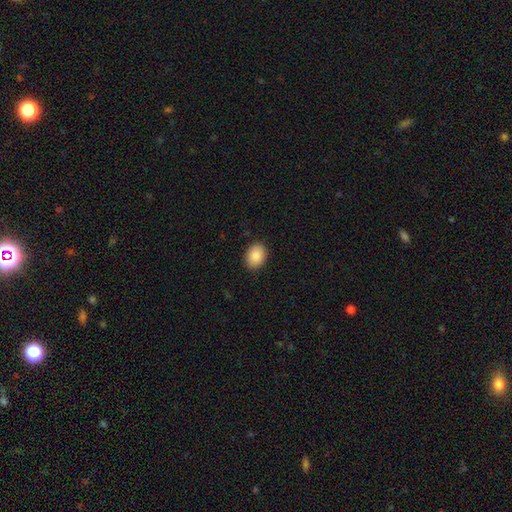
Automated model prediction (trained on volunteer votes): Q: Smooth or featured?
A: smooth (87%); runner-up: star or artifact (7%)
Q: How rounded?
A: in between (71%); runner-up: round (28%)
Q: Merging?
A: none (89%); runner-up: minor disturbance (8%)